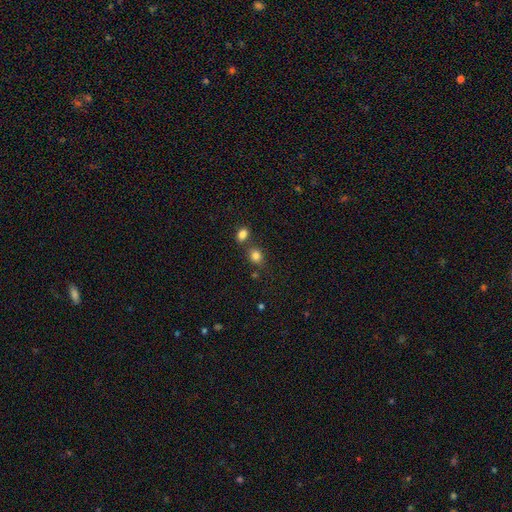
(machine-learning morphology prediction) Smooth or featured? Predicted: smooth (p=0.82). How rounded? Predicted: round (p=0.57). Merging? Predicted: none (p=0.65).